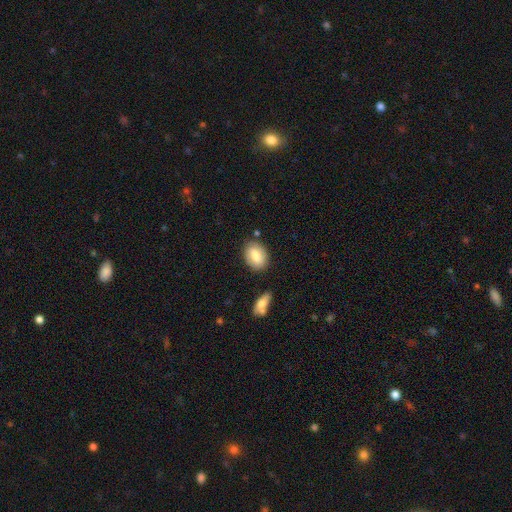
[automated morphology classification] This is likely a smooth galaxy (69%). How rounded: clearly in between (80%). Merging: likely none (78%).